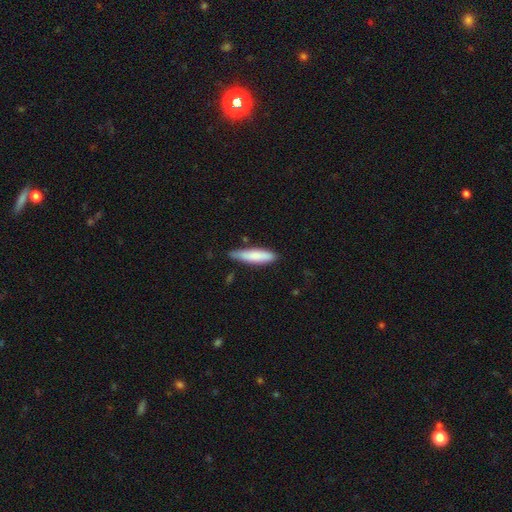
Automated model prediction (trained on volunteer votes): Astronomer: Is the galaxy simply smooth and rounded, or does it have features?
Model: smooth — 79%.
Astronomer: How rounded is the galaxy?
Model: cigar-shaped — 72%.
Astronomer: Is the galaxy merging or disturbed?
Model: none — 69%.